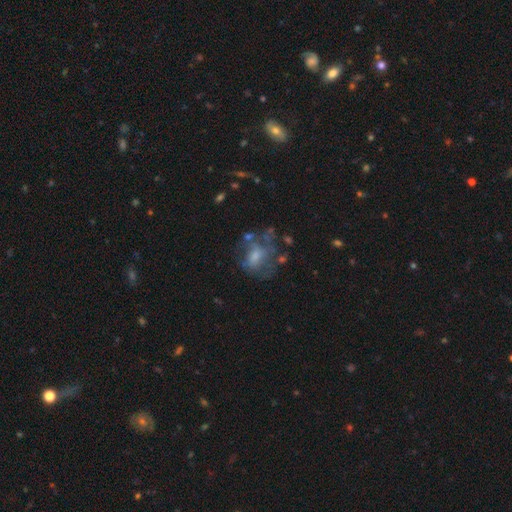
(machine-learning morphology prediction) smooth-or-featured: featured or disk: 46% | smooth: 41% | star or artifact: 13%
  merging: none: 40% | major disturbance: 30% | minor disturbance: 21% | merger: 8%